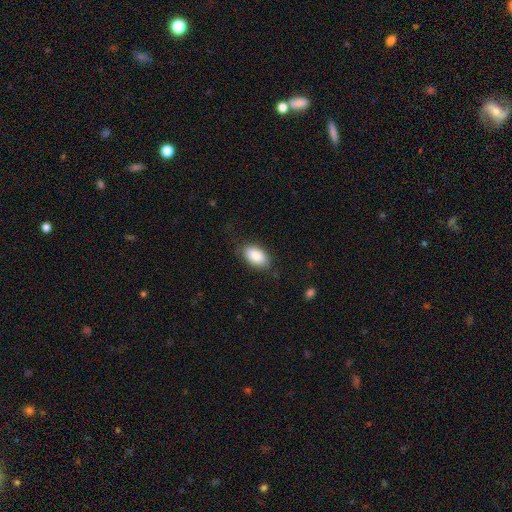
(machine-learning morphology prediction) smooth_or_featured: smooth (p=0.85) [alt: featured or disk p=0.08]
how_rounded: in between (p=0.93) [alt: round p=0.05]
merging: none (p=0.78) [alt: minor disturbance p=0.16]